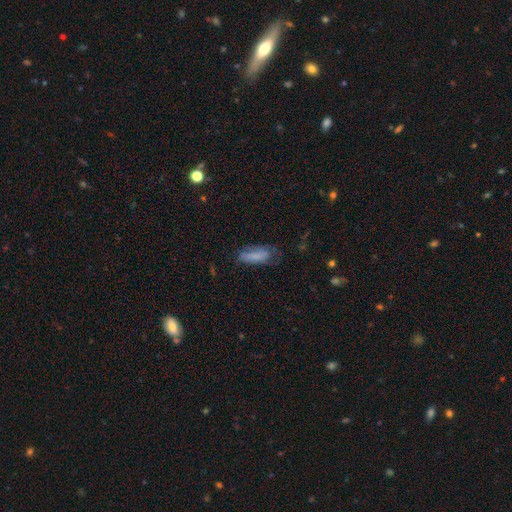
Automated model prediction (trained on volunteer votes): Morphology: type=smooth (75%); roundness=in between (65%); merging=none (50%).